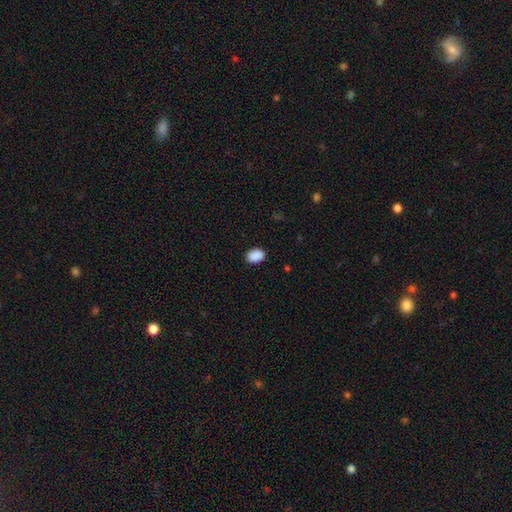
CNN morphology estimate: type=smooth (90%); roundness=in between (78%); merging=none (88%).